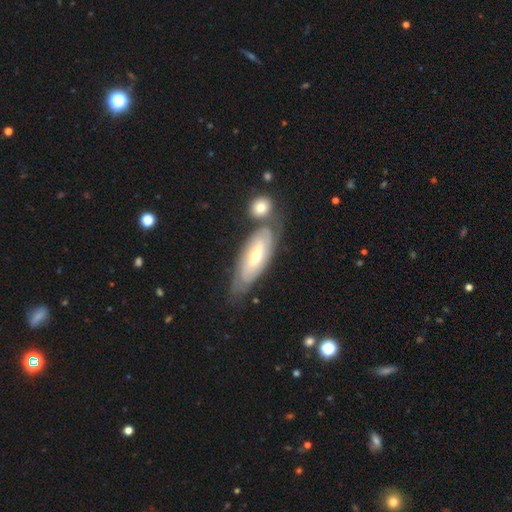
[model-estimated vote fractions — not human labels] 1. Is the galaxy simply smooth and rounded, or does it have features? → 65% featured or disk, 29% smooth, 6% star or artifact.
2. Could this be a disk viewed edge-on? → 79% no, 21% yes.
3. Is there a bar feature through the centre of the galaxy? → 47% no, 38% weak, 15% strong.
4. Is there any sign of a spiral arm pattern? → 79% yes, 21% no.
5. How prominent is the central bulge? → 56% moderate, 38% small, 4% large, 1% none, 1% dominant.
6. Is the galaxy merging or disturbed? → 60% none, 19% minor disturbance, 15% merger, 6% major disturbance.